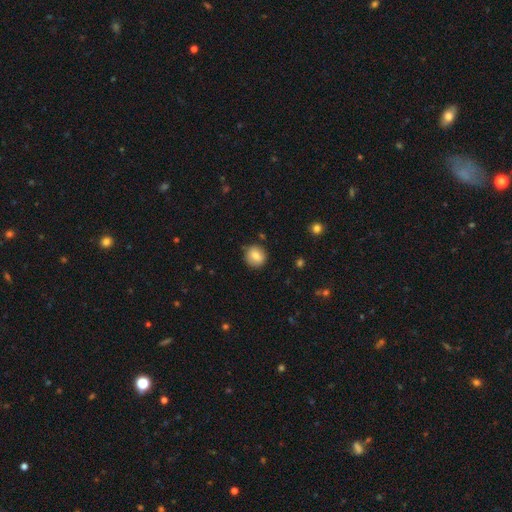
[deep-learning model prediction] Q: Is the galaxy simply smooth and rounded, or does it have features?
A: smooth — 79%.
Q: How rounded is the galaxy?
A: round — 89%.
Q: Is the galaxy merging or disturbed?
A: none — 86%.